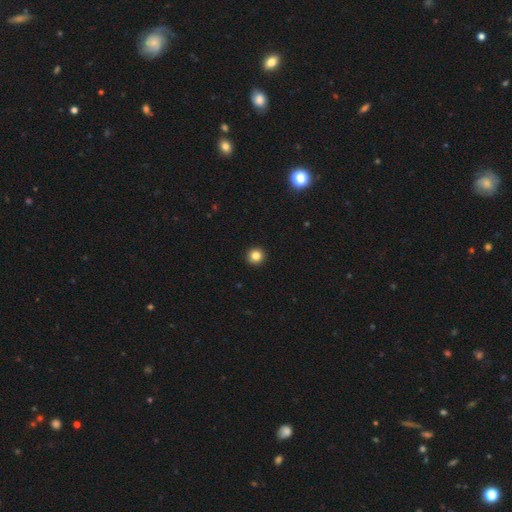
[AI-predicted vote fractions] Smooth or featured: smooth — 83% (star or artifact — 12%)
How rounded: round — 96% (in between — 3%)
Merging: none — 94% (minor disturbance — 4%)